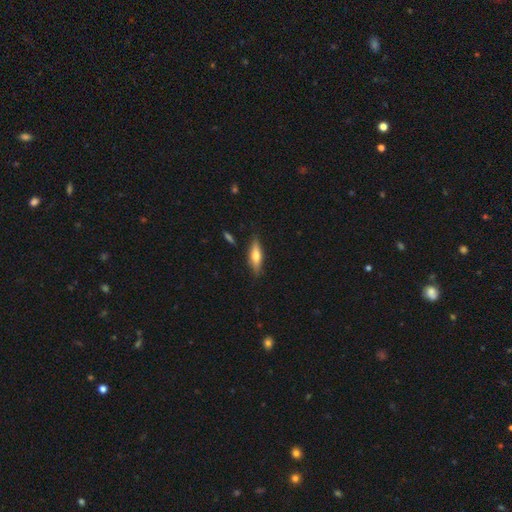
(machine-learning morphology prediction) type=smooth (58%); roundness=cigar-shaped (56%); merging=none (84%).